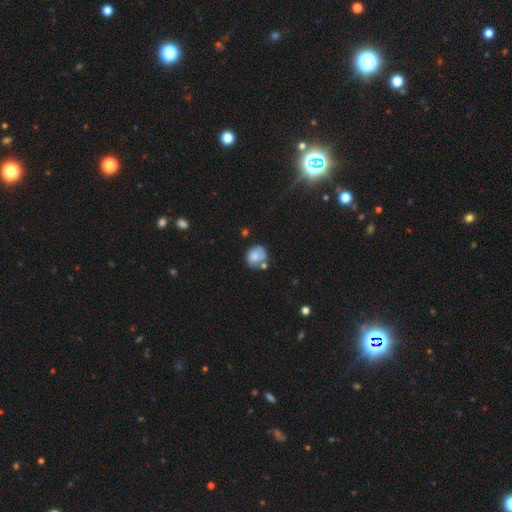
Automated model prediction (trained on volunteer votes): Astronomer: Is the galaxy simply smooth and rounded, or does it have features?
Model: smooth — 70%.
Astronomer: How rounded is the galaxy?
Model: round — 68%.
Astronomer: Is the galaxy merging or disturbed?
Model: none — 48% (runner-up: minor disturbance, 26%).